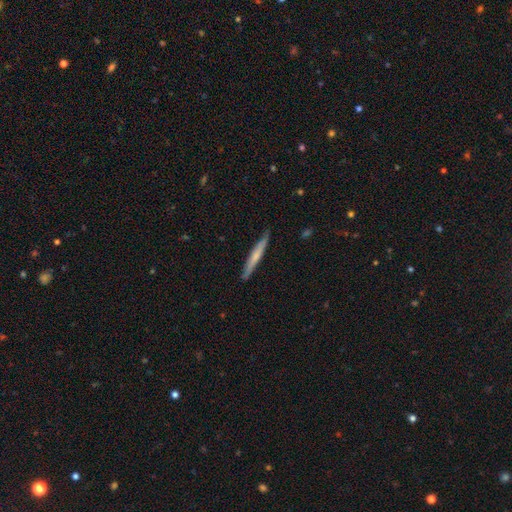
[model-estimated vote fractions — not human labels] This is possibly a smooth galaxy (53%). How rounded: clearly cigar-shaped (96%). Merging: clearly none (88%).